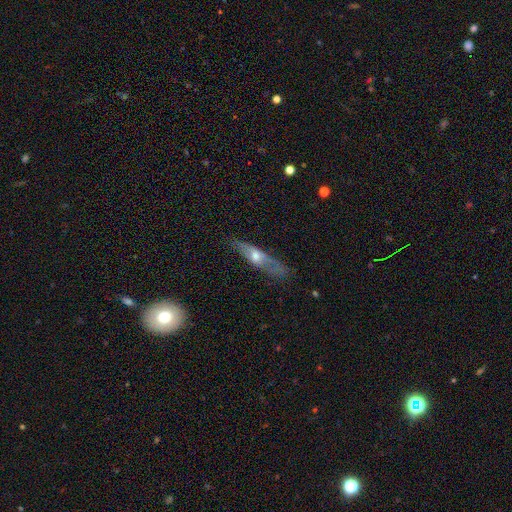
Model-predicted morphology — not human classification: This is possibly a featured or disk galaxy (57%). It is likely viewed edge-on (70%). Merging: likely none (67%).